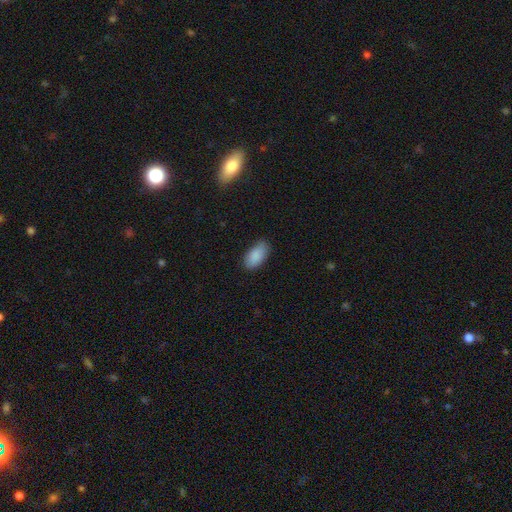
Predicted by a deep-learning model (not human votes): This appears to be a smooth galaxy with no disk features (89%) that is in between round and cigar-shaped (94%). Merging: none (80%).